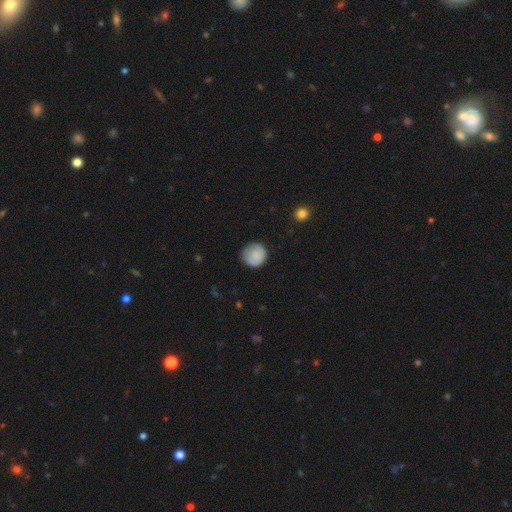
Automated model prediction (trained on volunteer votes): Smooth or featured? Predicted: smooth (p=0.84). How rounded? Predicted: round (p=0.91). Merging? Predicted: none (p=0.78).